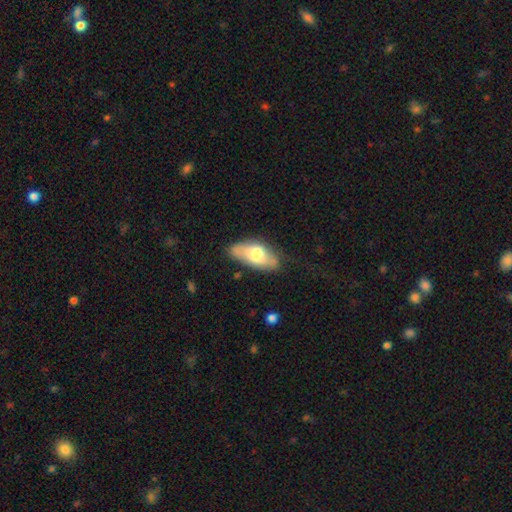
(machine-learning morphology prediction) A smooth galaxy with no disk features (62%) that is in between round and cigar-shaped (87%).

Vote fractions:
- Smooth or featured? smooth: 62% / featured or disk: 32% / star or artifact: 6%
- How rounded? in between: 87% / cigar-shaped: 10% / round: 3%
- Merging? none: 63% / minor disturbance: 26% / major disturbance: 8% / merger: 3%